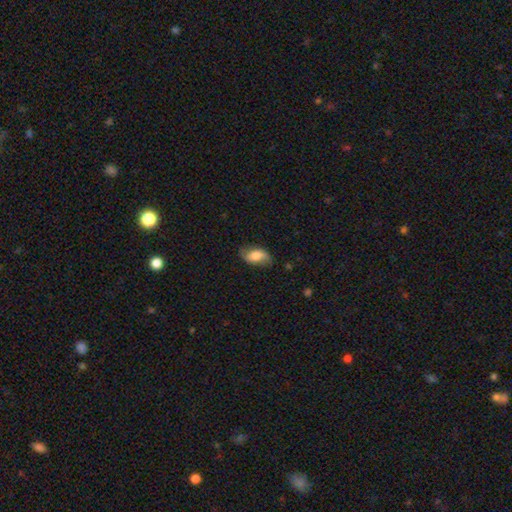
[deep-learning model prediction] smooth_or_featured: smooth (p=0.64) [alt: featured or disk p=0.29]
how_rounded: in between (p=0.91) [alt: round p=0.06]
merging: none (p=0.69) [alt: minor disturbance p=0.23]